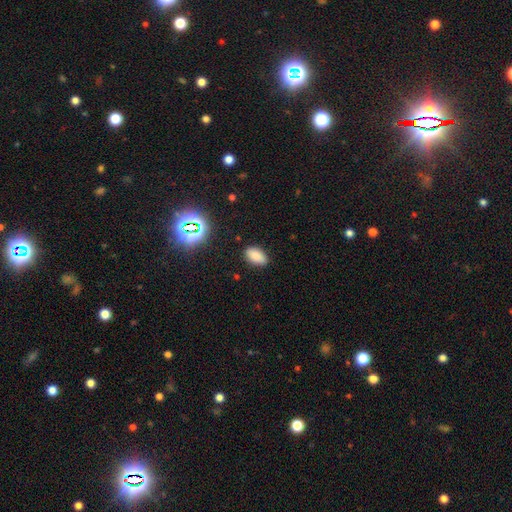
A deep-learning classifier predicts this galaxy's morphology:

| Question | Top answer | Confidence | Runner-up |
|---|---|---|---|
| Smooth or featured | smooth | 81% | star or artifact (13%) |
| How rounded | in between | 92% | round (5%) |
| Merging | none | 84% | minor disturbance (12%) |